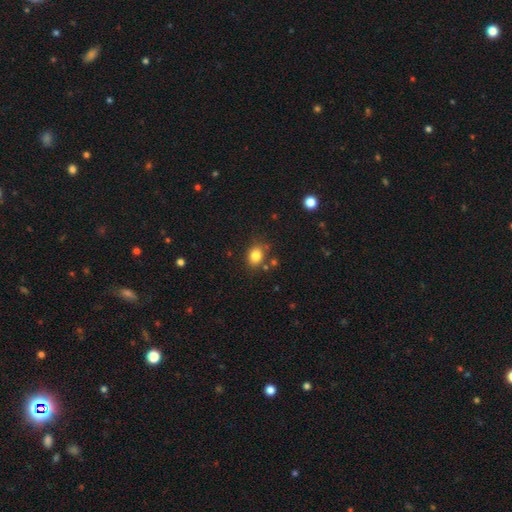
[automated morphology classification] Smooth or featured?
  - smooth: 82% *
  - star or artifact: 11%
  - featured or disk: 7%
How rounded?
  - in between: 56% *
  - round: 43%
  - cigar-shaped: 1%
Merging?
  - none: 75% *
  - minor disturbance: 14%
  - merger: 6%
  - major disturbance: 4%